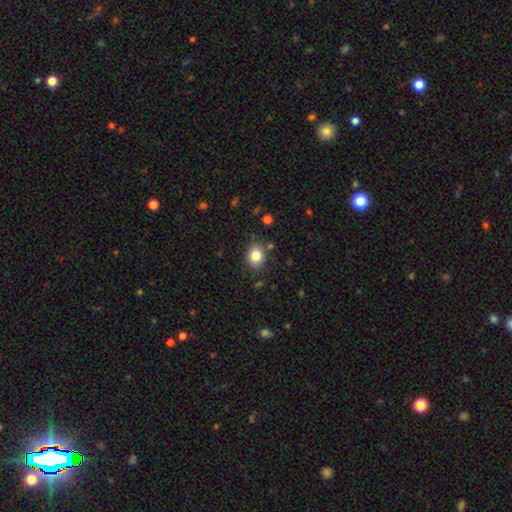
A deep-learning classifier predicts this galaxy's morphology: A smooth galaxy with no disk features (82%) that is round (63%). Merging: none (84%).